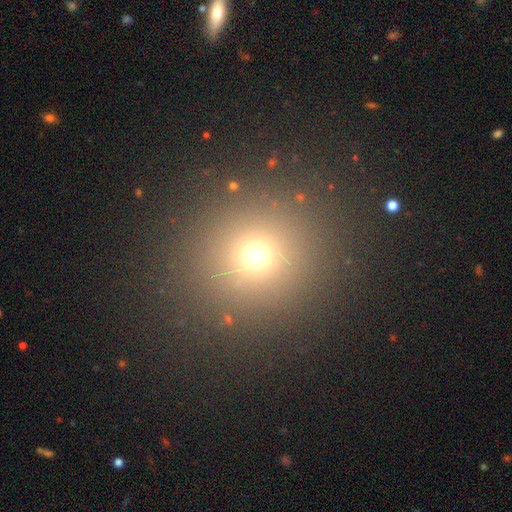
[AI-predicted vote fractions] smooth-or-featured: smooth: 67% | star or artifact: 24% | featured or disk: 9%
  how-rounded: round: 90% | in between: 9% | cigar-shaped: 1%
  merging: none: 88% | minor disturbance: 6% | major disturbance: 4% | merger: 2%